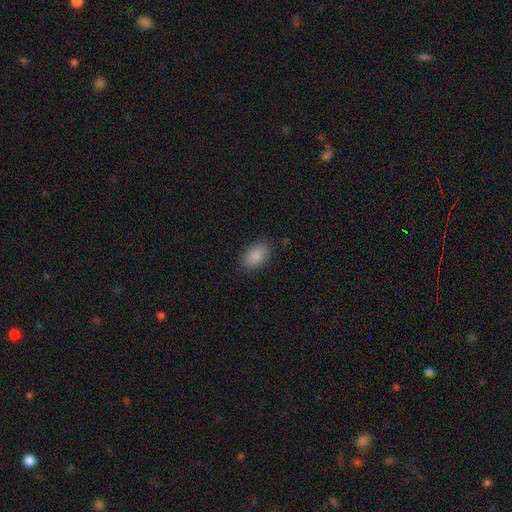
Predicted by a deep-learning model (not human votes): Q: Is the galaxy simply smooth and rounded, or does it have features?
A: smooth — 88%.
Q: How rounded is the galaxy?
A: in between — 91%.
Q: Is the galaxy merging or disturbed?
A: none — 84%.